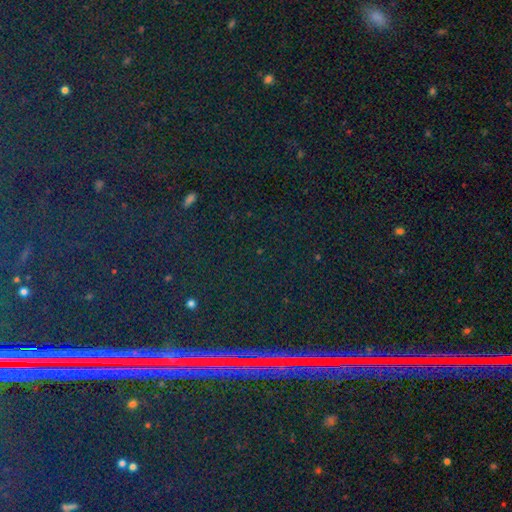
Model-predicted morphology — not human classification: Overall: star or artifact (87%).